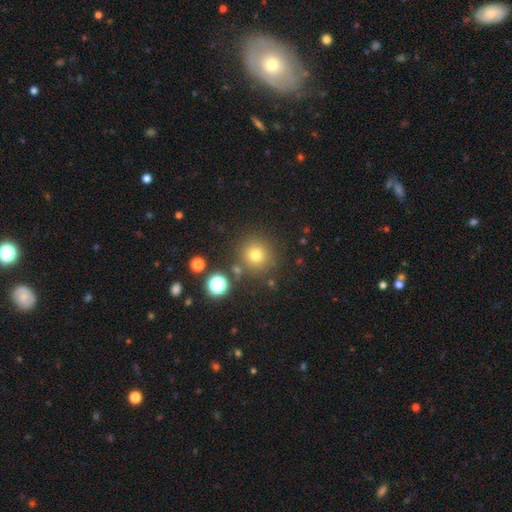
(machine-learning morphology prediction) This appears to be a smooth galaxy with no disk features (75%) that is round (95%). Merging: none (83%).